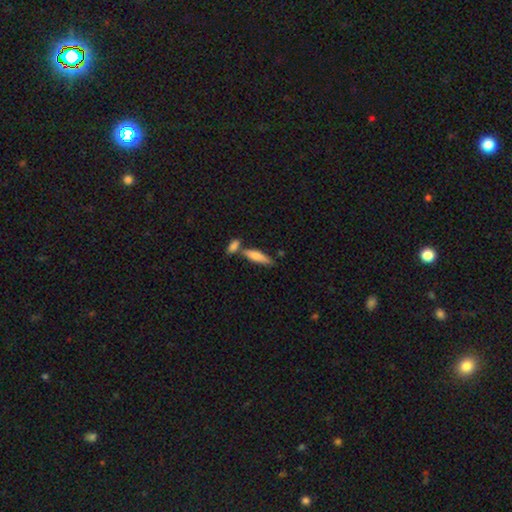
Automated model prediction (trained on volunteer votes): Smooth or featured? smooth (75%)
How rounded? cigar-shaped (62%)
Merging? none (54%)